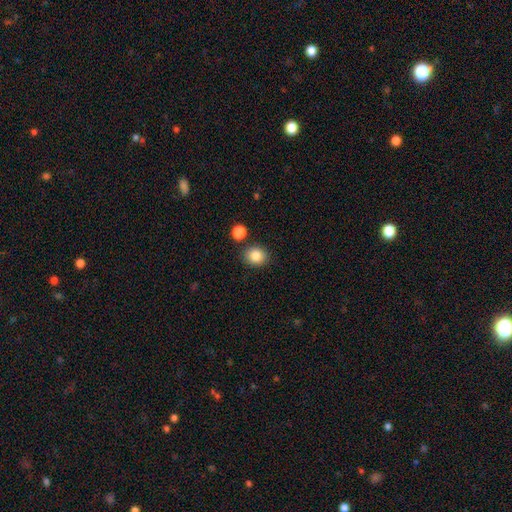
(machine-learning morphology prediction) Q: Smooth or featured?
A: smooth (85%); runner-up: star or artifact (10%)
Q: How rounded?
A: round (69%); runner-up: in between (30%)
Q: Merging?
A: none (85%); runner-up: minor disturbance (8%)